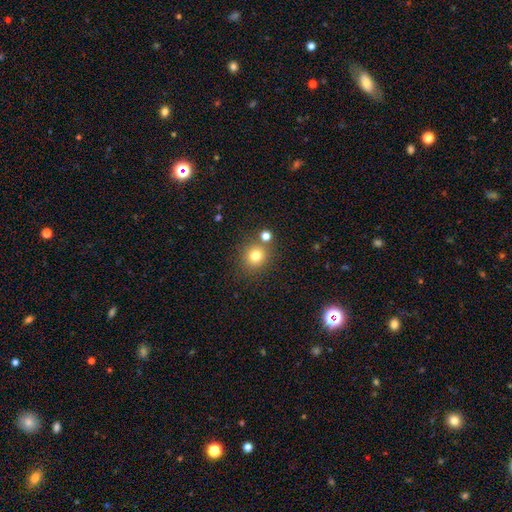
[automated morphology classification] This is likely a smooth galaxy (78%). How rounded: clearly round (89%). Merging: likely none (77%).